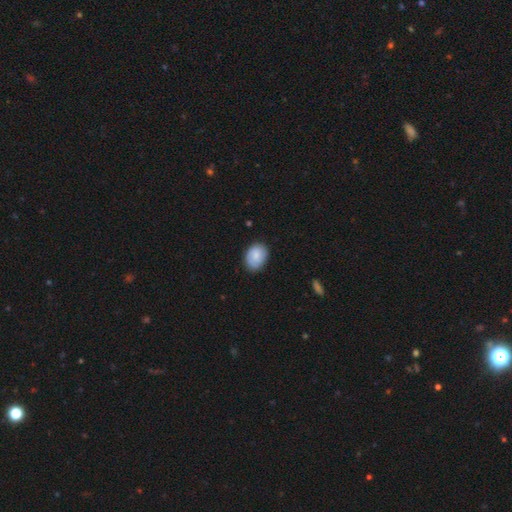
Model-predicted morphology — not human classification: This appears to be a smooth galaxy with no disk features (78%) that is in between round and cigar-shaped (69%). Merging: none (78%).